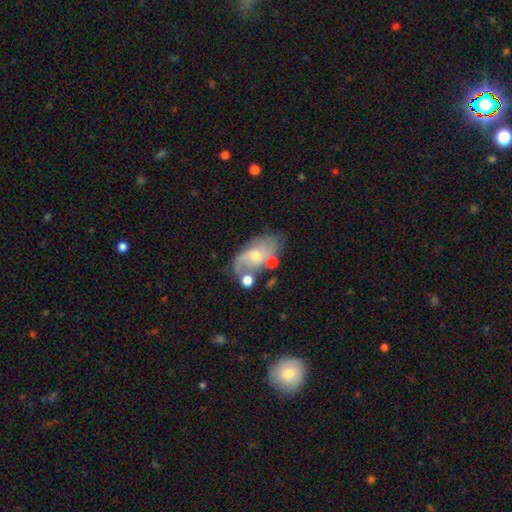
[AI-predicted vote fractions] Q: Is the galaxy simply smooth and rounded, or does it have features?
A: featured or disk — 65%.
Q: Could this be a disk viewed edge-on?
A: no — 94%.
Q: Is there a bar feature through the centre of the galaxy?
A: no — 63%.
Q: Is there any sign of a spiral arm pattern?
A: yes — 80%.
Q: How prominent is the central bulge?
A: small — 48%.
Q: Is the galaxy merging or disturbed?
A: none — 51%.